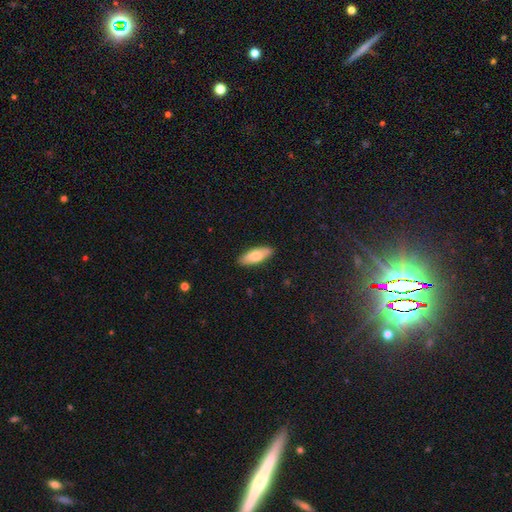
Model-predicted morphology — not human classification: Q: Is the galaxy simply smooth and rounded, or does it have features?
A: smooth — 72%.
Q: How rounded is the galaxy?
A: in between — 70%.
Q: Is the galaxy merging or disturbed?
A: none — 88%.